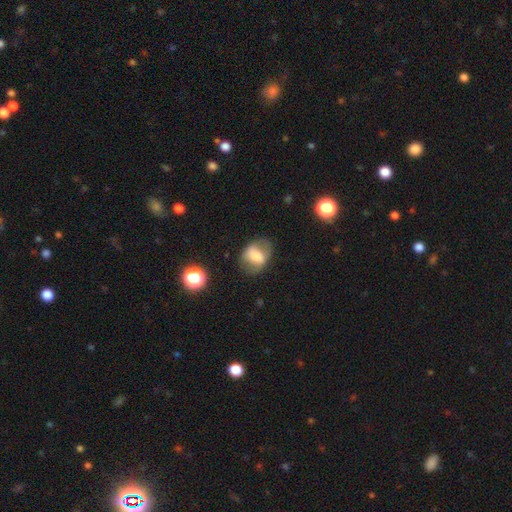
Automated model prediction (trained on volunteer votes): A smooth galaxy with no disk features (57%) that is in between round and cigar-shaped (72%).

Vote fractions:
- Smooth or featured? smooth: 57% / featured or disk: 33% / star or artifact: 9%
- How rounded? in between: 72% / round: 26% / cigar-shaped: 2%
- Merging? none: 67% / minor disturbance: 20% / major disturbance: 11% / merger: 2%